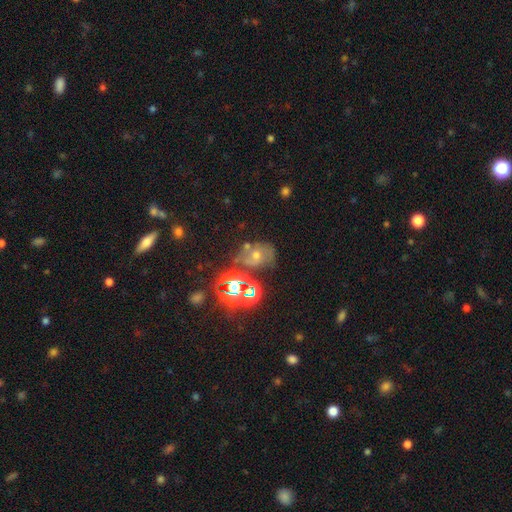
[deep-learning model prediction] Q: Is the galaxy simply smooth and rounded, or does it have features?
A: star or artifact — 49%.